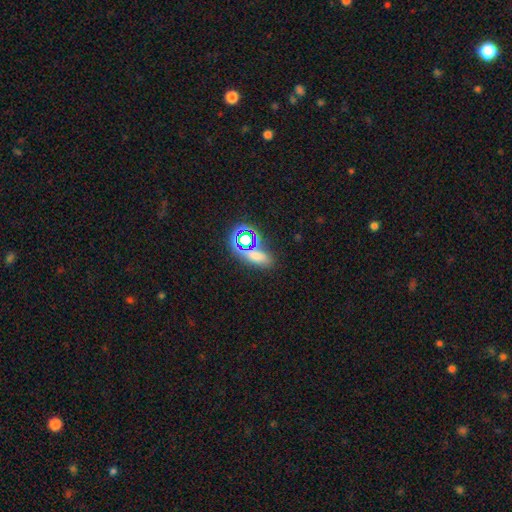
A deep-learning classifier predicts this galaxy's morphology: Smooth or featured: smooth — 54% (star or artifact — 34%)
How rounded: in between — 68% (round — 18%)
Merging: none — 67% (merger — 14%)